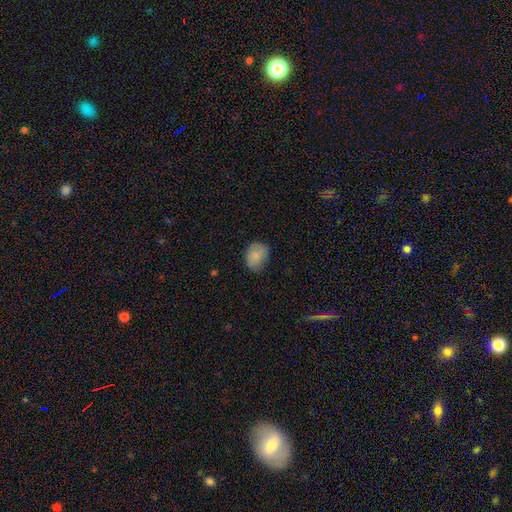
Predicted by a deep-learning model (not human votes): Q: Smooth or featured?
A: smooth (85%); runner-up: star or artifact (8%)
Q: How rounded?
A: in between (59%); runner-up: round (40%)
Q: Merging?
A: none (72%); runner-up: minor disturbance (23%)